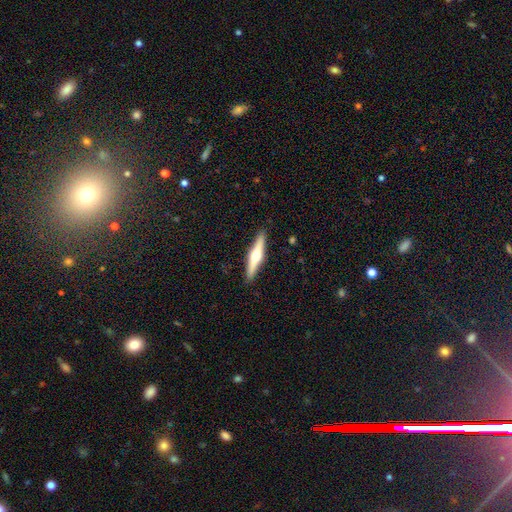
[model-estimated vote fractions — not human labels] Morphology: type=featured or disk (64%); edge-on=yes (96%); edge-on bulge=rounded (95%); merging=none (90%).